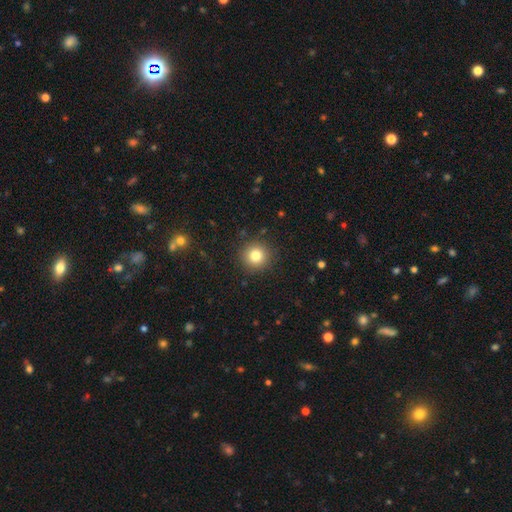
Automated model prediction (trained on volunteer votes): This is clearly a smooth galaxy (80%). How rounded: clearly round (94%). Merging: clearly none (90%).